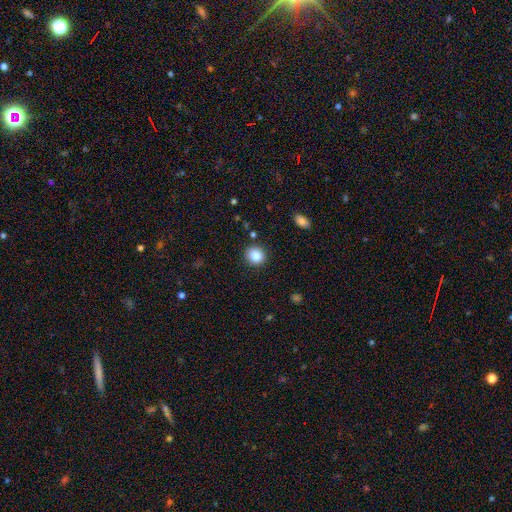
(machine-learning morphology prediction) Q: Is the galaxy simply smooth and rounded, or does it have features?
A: smooth — 86%.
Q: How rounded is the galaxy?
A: round — 87%.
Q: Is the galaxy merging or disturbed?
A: none — 90%.